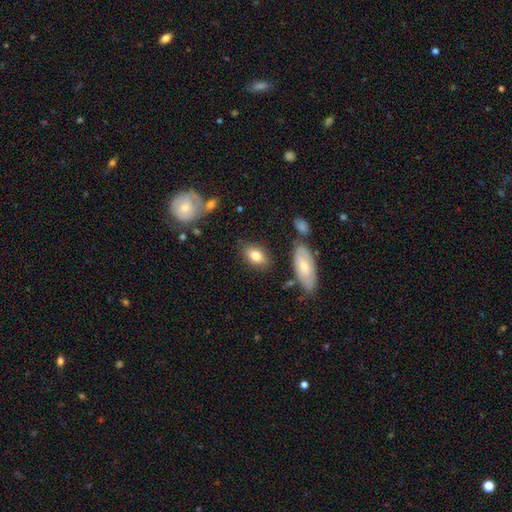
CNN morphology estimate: type=smooth (81%); roundness=in between (87%); merging=none (80%).